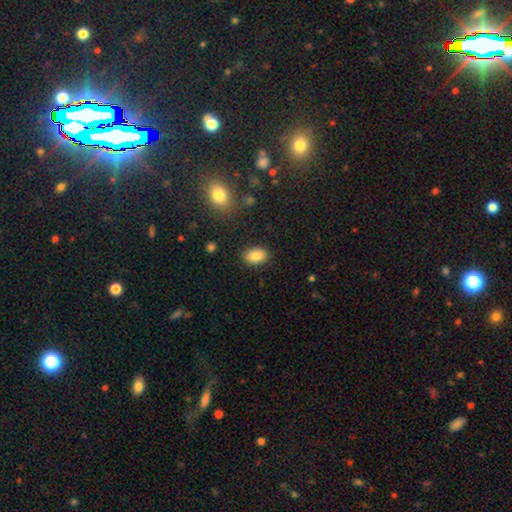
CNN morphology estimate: smooth_or_featured: smooth (p=0.84) [alt: star or artifact p=0.08]
how_rounded: in between (p=0.86) [alt: round p=0.12]
merging: none (p=0.87) [alt: minor disturbance p=0.09]